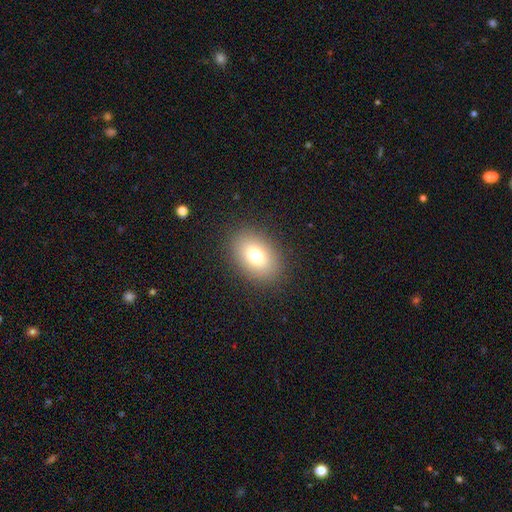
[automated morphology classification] Smooth or featured? Predicted: smooth (p=0.74). How rounded? Predicted: in between (p=0.75). Merging? Predicted: none (p=0.87).